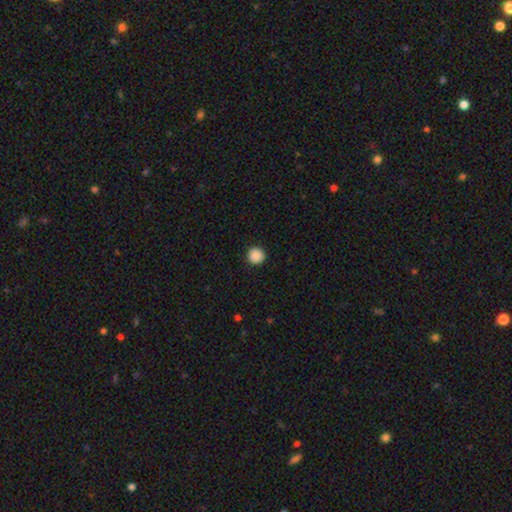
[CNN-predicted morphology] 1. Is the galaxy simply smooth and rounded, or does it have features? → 89% smooth, 9% star or artifact, 2% featured or disk.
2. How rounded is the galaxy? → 95% round, 4% in between, 1% cigar-shaped.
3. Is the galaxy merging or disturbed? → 93% none, 5% minor disturbance, 2% major disturbance, 1% merger.